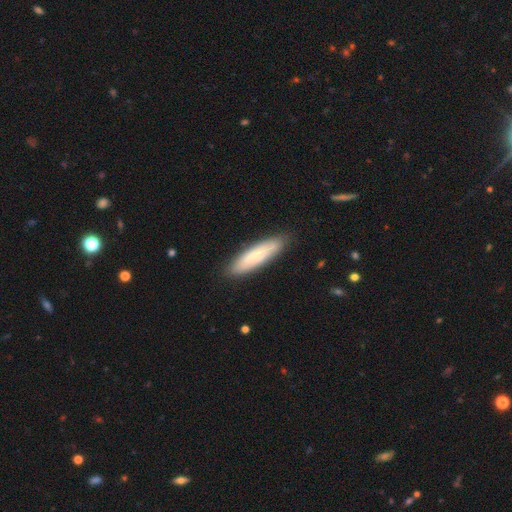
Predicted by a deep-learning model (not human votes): Q: Smooth or featured?
A: smooth (64%); runner-up: featured or disk (31%)
Q: How rounded?
A: cigar-shaped (66%); runner-up: in between (32%)
Q: Merging?
A: none (86%); runner-up: minor disturbance (11%)